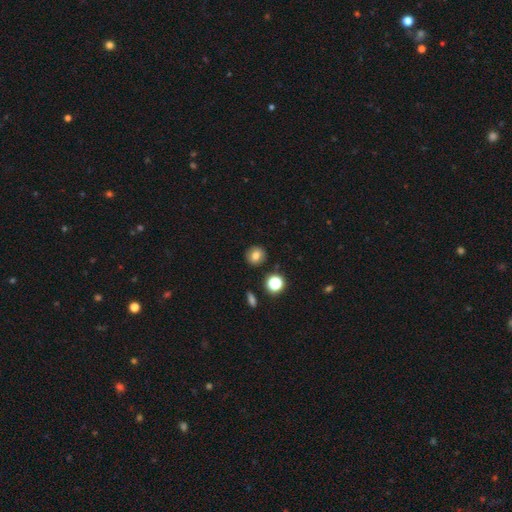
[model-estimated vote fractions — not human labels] smooth_or_featured: smooth (p=0.77) [alt: star or artifact p=0.13]
how_rounded: round (p=0.87) [alt: in between p=0.12]
merging: none (p=0.89) [alt: minor disturbance p=0.07]